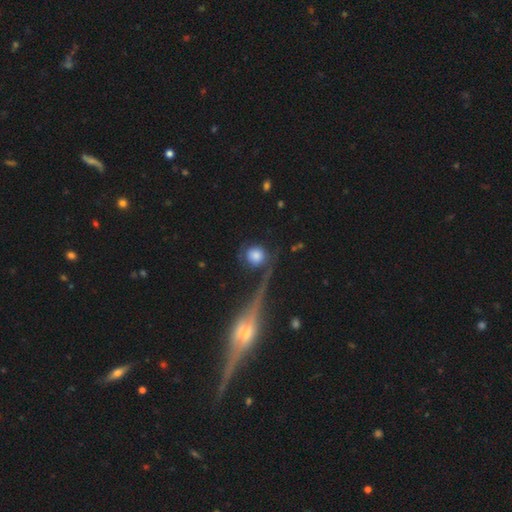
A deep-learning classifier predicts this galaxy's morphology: A smooth galaxy with no disk features (70%) that is round (89%).

Vote fractions:
- Smooth or featured? smooth: 70% / featured or disk: 20% / star or artifact: 10%
- How rounded? round: 89% / in between: 9% / cigar-shaped: 2%
- Merging? none: 57% / minor disturbance: 16% / major disturbance: 14% / merger: 12%